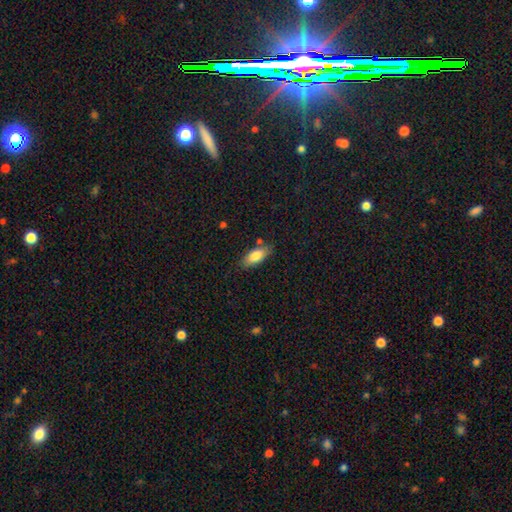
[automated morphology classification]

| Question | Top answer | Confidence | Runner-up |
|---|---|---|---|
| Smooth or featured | smooth | 81% | featured or disk (12%) |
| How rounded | in between | 81% | cigar-shaped (16%) |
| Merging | none | 77% | minor disturbance (16%) |